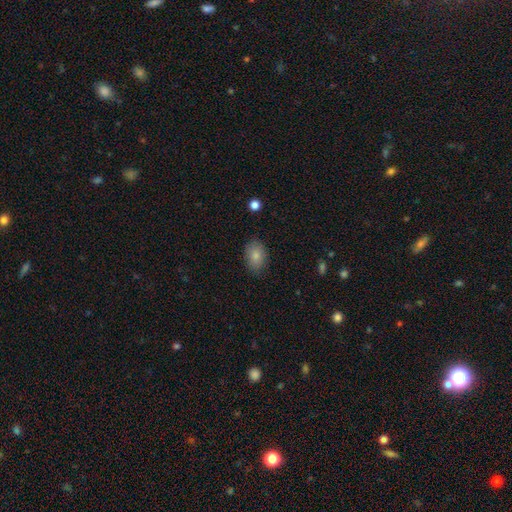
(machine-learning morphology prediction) smooth_or_featured: smooth (p=0.83) [alt: featured or disk p=0.08]
how_rounded: in between (p=0.80) [alt: round p=0.19]
merging: none (p=0.83) [alt: minor disturbance p=0.13]